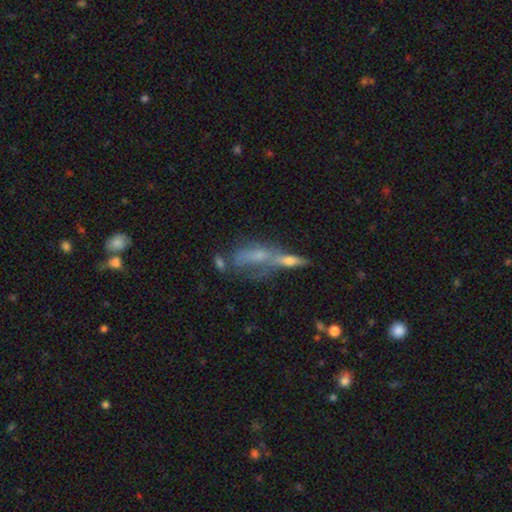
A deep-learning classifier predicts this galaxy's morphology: Smooth or featured?
  - smooth: 43% * (tied)
  - featured or disk: 43% * (tied)
  - star or artifact: 14%
Merging?
  - merger: 49% *
  - none: 24%
  - major disturbance: 13%
  - minor disturbance: 13%